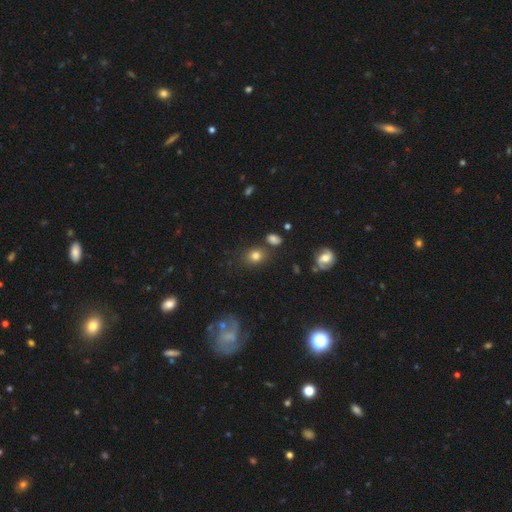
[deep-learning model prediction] This appears to be a smooth galaxy with no disk features (78%) that is round (57%). Merging: none (74%).